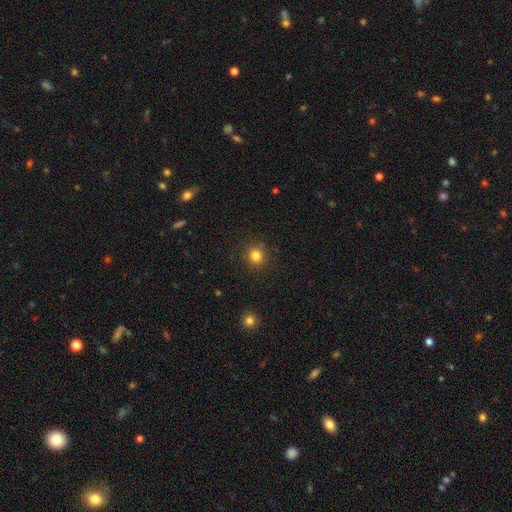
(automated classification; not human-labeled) A smooth galaxy with no disk features (82%) that is round (91%). Merging: none (89%).